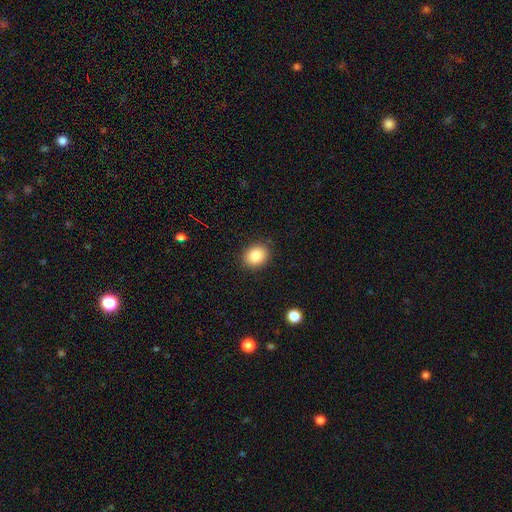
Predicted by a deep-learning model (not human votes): This appears to be a smooth galaxy with no disk features (85%) that is round (56%). Merging: none (88%).